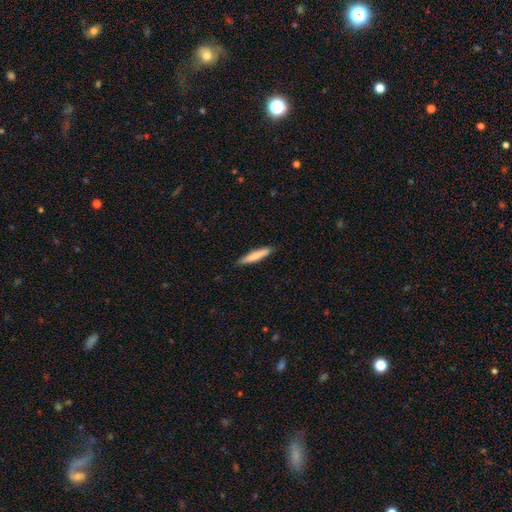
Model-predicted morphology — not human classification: Smooth or featured: smooth — 78% (featured or disk — 17%)
How rounded: cigar-shaped — 91% (in between — 8%)
Merging: none — 88% (minor disturbance — 9%)